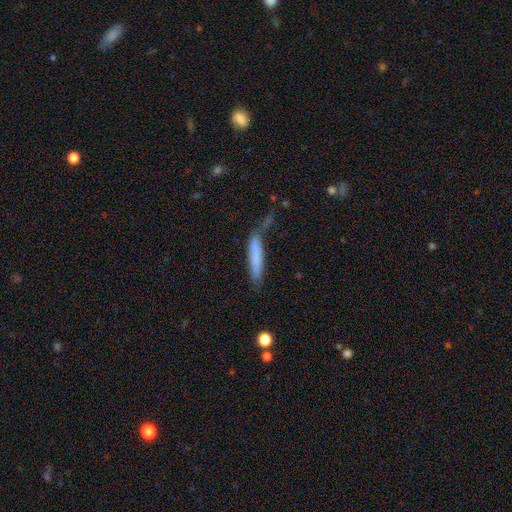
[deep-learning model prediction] smooth 78%, featured or disk 16%, star or artifact 6%. Down the decision tree: how rounded — cigar-shaped (90%); merging — none (64%).